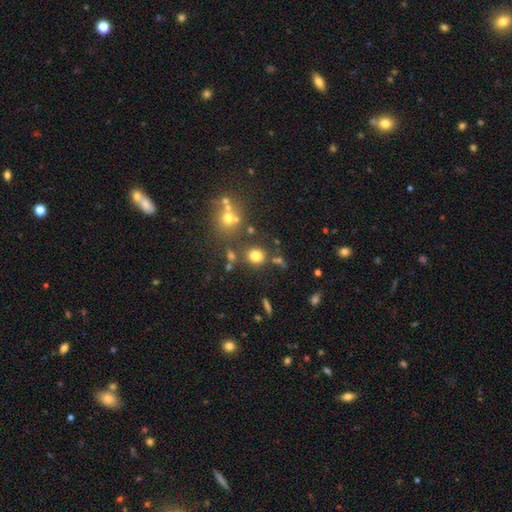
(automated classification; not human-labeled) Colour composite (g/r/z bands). It shows a smooth galaxy with no disk features (76%) that is round (81%). Merging: none (75%).